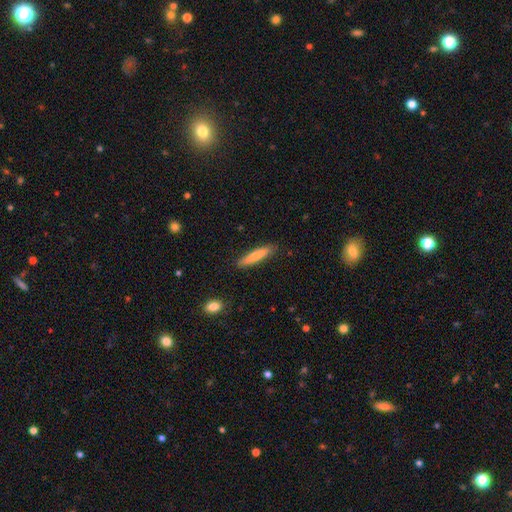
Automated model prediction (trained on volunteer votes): smooth_or_featured: smooth (p=0.78) [alt: featured or disk p=0.16]
how_rounded: cigar-shaped (p=0.85) [alt: in between p=0.13]
merging: none (p=0.87) [alt: minor disturbance p=0.10]